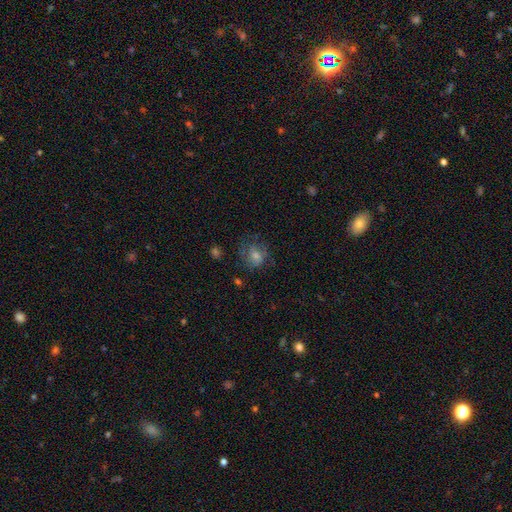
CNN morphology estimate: Smooth or featured? smooth (45%)
Merging? none (69%)